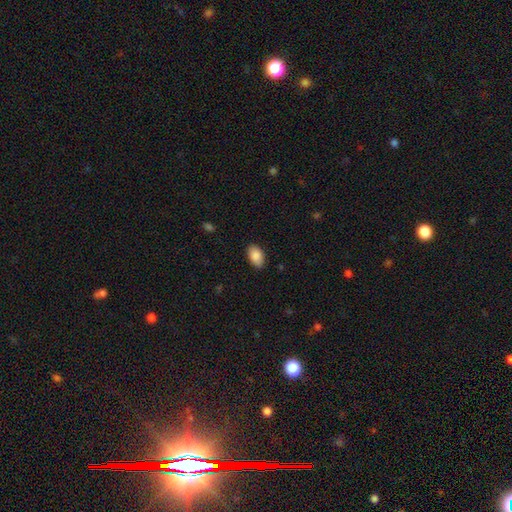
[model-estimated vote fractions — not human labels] This is clearly a smooth galaxy (89%). How rounded: clearly in between (93%). Merging: clearly none (86%).